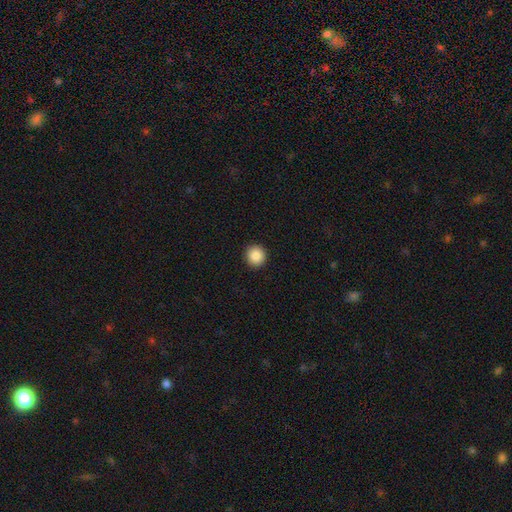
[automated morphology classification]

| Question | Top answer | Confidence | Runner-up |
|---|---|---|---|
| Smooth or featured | smooth | 87% | star or artifact (9%) |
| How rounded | round | 95% | in between (4%) |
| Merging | none | 94% | minor disturbance (4%) |